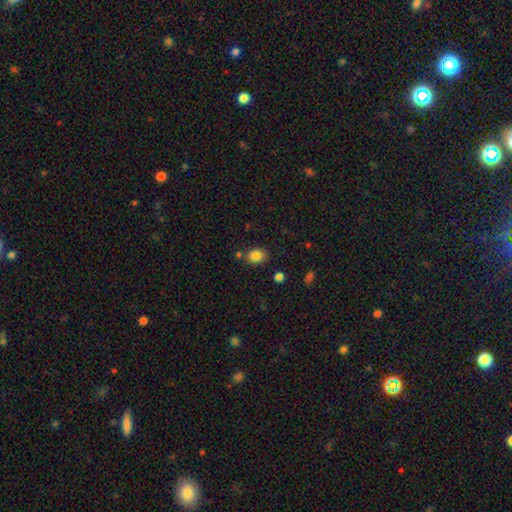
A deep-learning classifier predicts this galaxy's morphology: smooth 84%, star or artifact 10%, featured or disk 6%. Down the decision tree: how rounded — in between (53%); merging — none (76%).